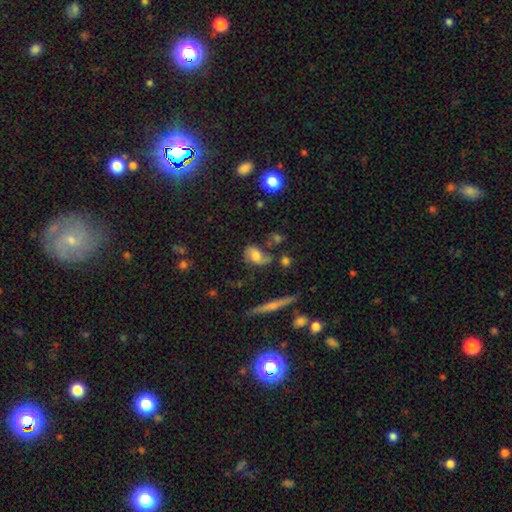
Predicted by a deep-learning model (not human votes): Smooth or featured? Predicted: smooth (p=0.47). Merging? Predicted: none (p=0.49).